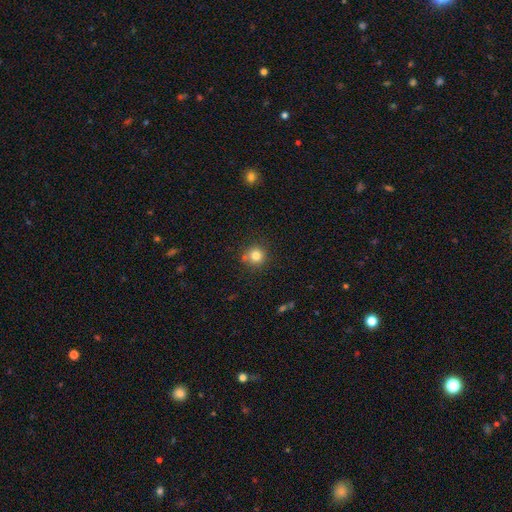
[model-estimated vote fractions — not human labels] Q: Smooth or featured?
A: smooth (80%); runner-up: star or artifact (12%)
Q: How rounded?
A: round (92%); runner-up: in between (7%)
Q: Merging?
A: none (77%); runner-up: minor disturbance (12%)